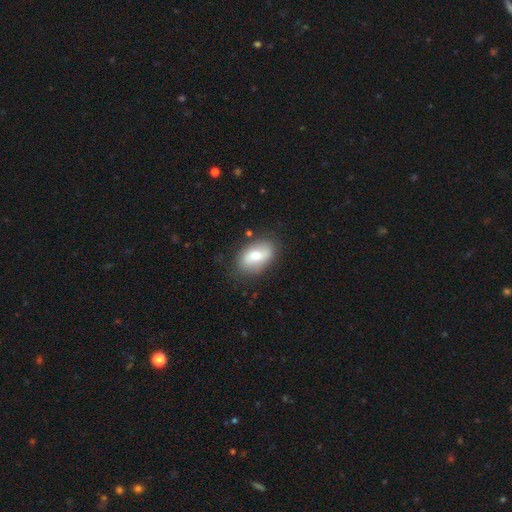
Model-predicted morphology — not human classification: The model was most divided on "smooth or featured": smooth: 59%, featured or disk: 34%, star or artifact: 7%. More confident: how rounded — in between (87%); merging — none (78%).